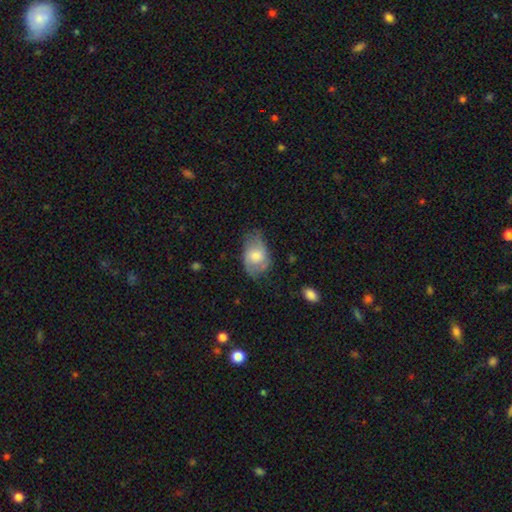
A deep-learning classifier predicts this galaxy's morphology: Smooth or featured? Predicted: smooth (p=0.52). How rounded? Predicted: in between (p=0.82). Merging? Predicted: none (p=0.47).